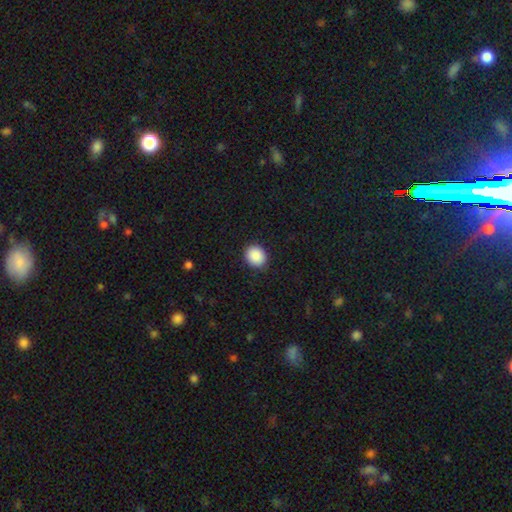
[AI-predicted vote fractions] A smooth galaxy with no disk features (90%) that is round (69%). Merging: none (89%).